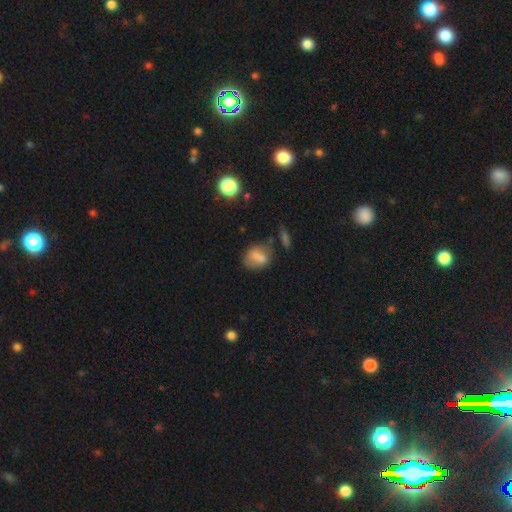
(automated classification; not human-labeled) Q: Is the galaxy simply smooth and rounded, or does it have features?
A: smooth — 68%.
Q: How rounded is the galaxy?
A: in between — 55%.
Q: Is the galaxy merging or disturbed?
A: none — 52%.